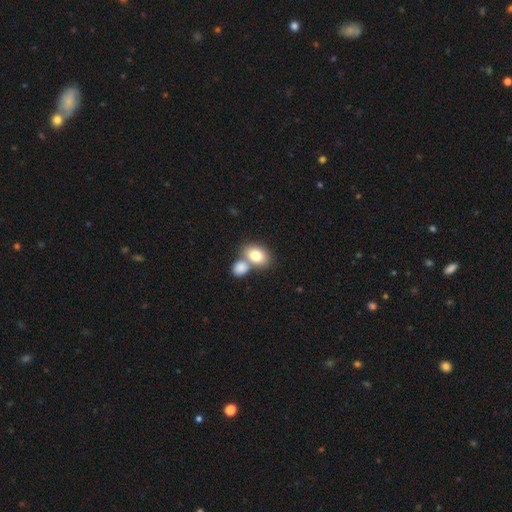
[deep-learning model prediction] Smooth or featured?
  - smooth: 79% *
  - featured or disk: 13%
  - star or artifact: 8%
How rounded?
  - in between: 70% *
  - round: 29%
  - cigar-shaped: 1%
Merging?
  - merger: 49% *
  - none: 39%
  - minor disturbance: 9%
  - major disturbance: 3%